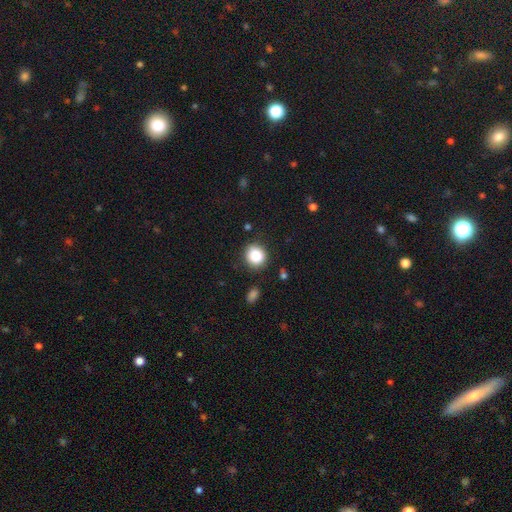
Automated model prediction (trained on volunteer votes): Smooth or featured?
  - smooth: 86% *
  - star or artifact: 9%
  - featured or disk: 4%
How rounded?
  - round: 85% *
  - in between: 14%
  - cigar-shaped: 1%
Merging?
  - none: 84% *
  - minor disturbance: 11%
  - major disturbance: 3%
  - merger: 2%